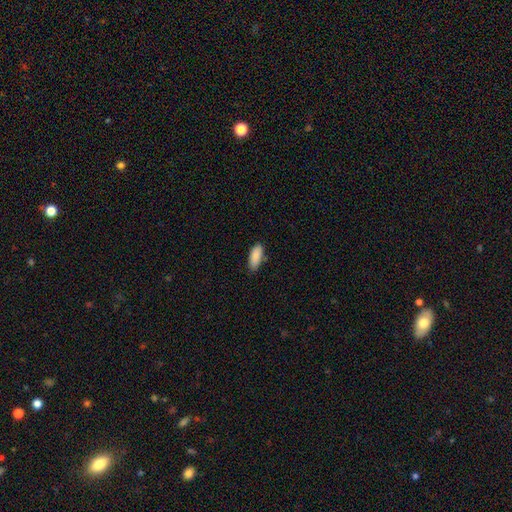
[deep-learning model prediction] A smooth galaxy with no disk features (89%) that is in between round and cigar-shaped (82%). Merging: none (76%).